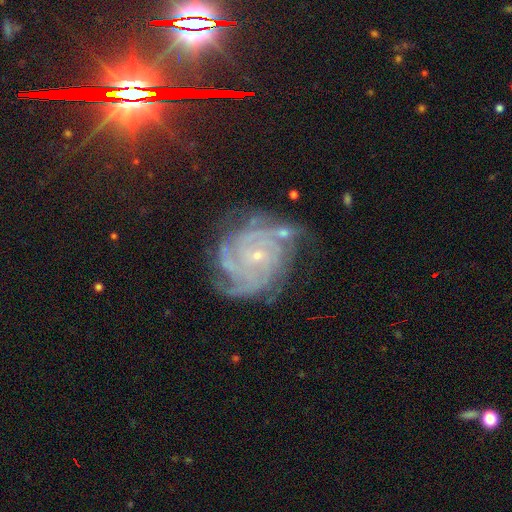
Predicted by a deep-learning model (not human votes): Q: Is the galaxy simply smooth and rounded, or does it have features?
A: featured or disk — 87%.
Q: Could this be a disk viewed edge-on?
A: no — 98%.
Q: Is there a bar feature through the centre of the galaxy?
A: no — 72%.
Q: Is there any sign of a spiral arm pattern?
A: yes — 98%.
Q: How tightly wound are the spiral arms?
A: tight — 73%.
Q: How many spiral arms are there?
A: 4 — 32%.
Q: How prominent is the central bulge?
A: small — 85%.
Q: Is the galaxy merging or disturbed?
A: none — 65%.